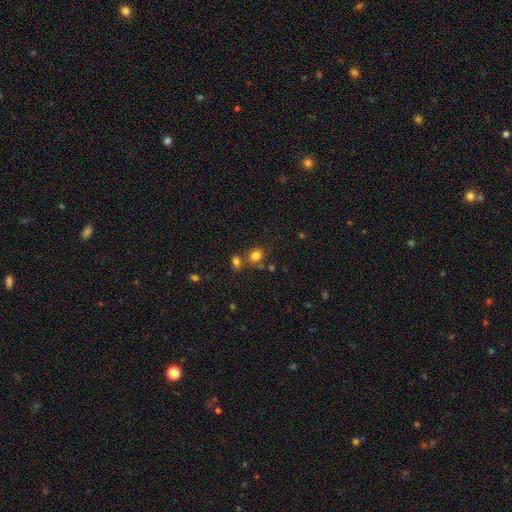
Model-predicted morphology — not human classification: Smooth or featured? Predicted: smooth (p=0.80). How rounded? Predicted: round (p=0.68). Merging? Predicted: none (p=0.63).